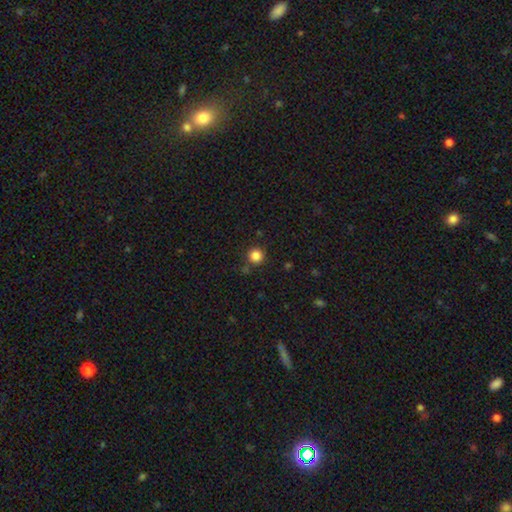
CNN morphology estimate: smooth-or-featured: smooth: 84% | star or artifact: 12% | featured or disk: 4%
  how-rounded: round: 95% | in between: 4% | cigar-shaped: 1%
  merging: none: 86% | minor disturbance: 7% | merger: 4% | major disturbance: 3%